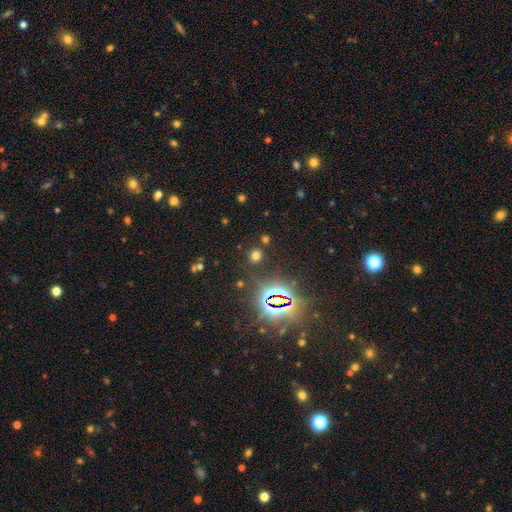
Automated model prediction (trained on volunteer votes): Smooth or featured? Predicted: smooth (p=0.54). How rounded? Predicted: round (p=0.82). Merging? Predicted: none (p=0.85).